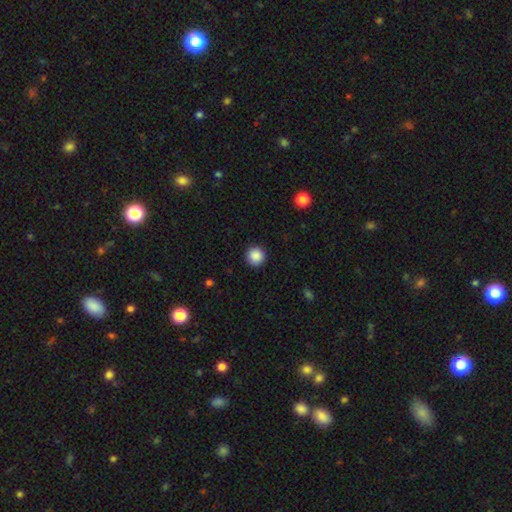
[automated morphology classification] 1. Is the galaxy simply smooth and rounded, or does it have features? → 88% smooth, 9% star or artifact, 3% featured or disk.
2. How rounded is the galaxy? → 96% round, 3% in between, 1% cigar-shaped.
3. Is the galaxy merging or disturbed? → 92% none, 5% minor disturbance, 2% major disturbance, 1% merger.